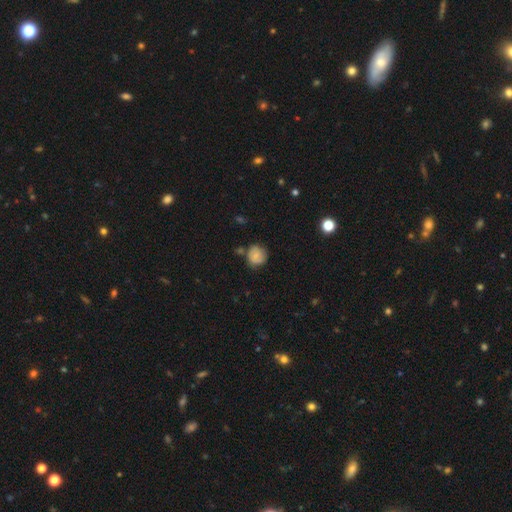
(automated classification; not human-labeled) smooth 71%, featured or disk 20%, star or artifact 9%. Down the decision tree: how rounded — round (85%); merging — none (66%).